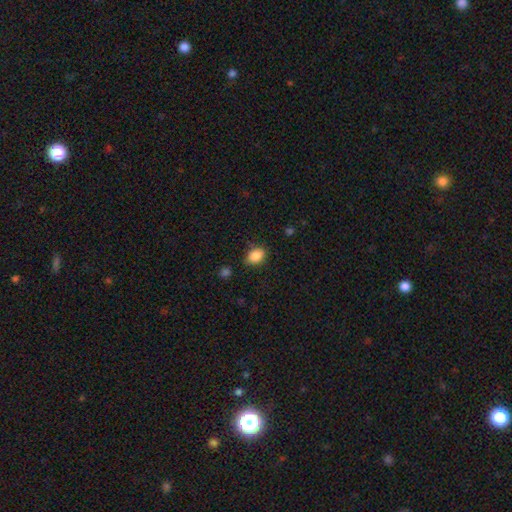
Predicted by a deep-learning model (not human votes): smooth_or_featured: smooth (p=0.87) [alt: star or artifact p=0.09]
how_rounded: in between (p=0.77) [alt: round p=0.21]
merging: none (p=0.80) [alt: minor disturbance p=0.15]